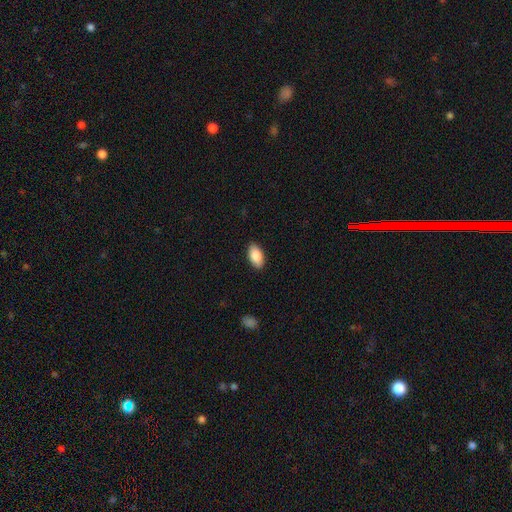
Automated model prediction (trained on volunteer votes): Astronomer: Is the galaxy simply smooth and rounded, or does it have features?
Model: smooth — 88%.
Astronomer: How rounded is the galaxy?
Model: in between — 94%.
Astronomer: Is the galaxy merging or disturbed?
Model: none — 89%.